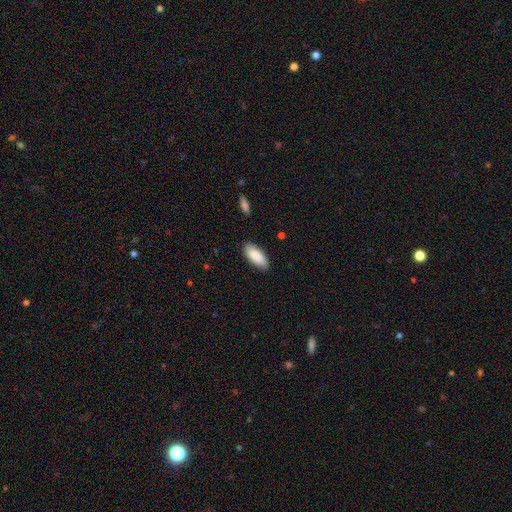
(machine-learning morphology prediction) Smooth or featured: smooth — 86% (featured or disk — 8%)
How rounded: in between — 86% (cigar-shaped — 13%)
Merging: none — 84% (minor disturbance — 12%)